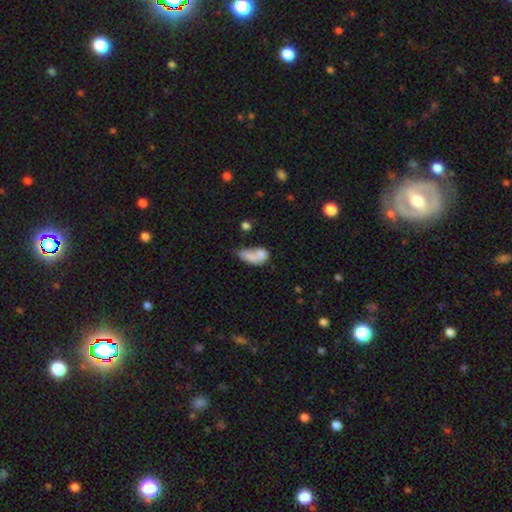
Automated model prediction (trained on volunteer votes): A smooth galaxy with no disk features (71%) that is in between round and cigar-shaped (80%).

Vote fractions:
- Smooth or featured? smooth: 71% / featured or disk: 20% / star or artifact: 9%
- How rounded? in between: 80% / round: 14% / cigar-shaped: 6%
- Merging? merger: 50% / none: 20% / major disturbance: 15% / minor disturbance: 14%